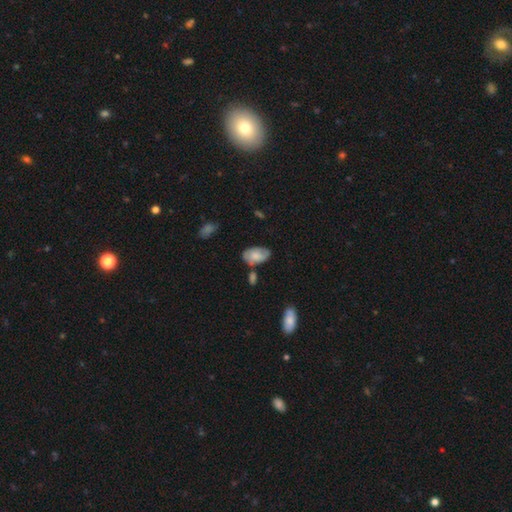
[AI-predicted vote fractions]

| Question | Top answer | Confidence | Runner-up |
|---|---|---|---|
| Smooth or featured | smooth | 67% | featured or disk (26%) |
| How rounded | in between | 93% | round (6%) |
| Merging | none | 60% | minor disturbance (23%) |